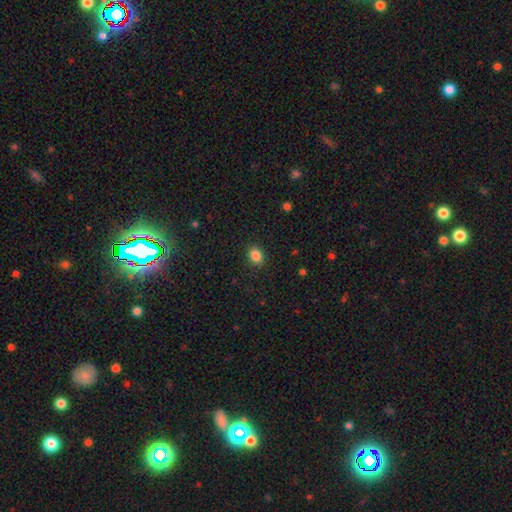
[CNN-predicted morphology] This appears to be a smooth galaxy with no disk features (86%) that is in between round and cigar-shaped (58%). Merging: none (88%).